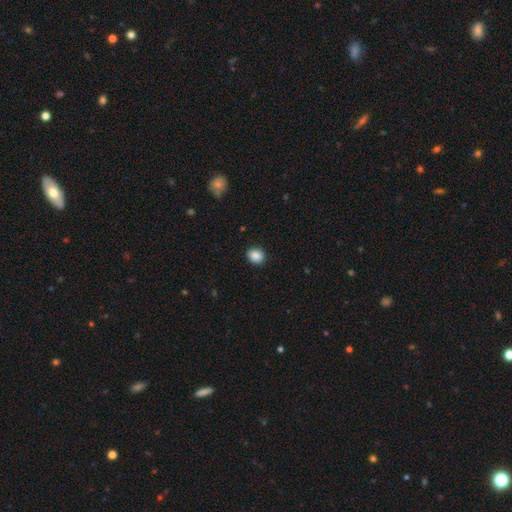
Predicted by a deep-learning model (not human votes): Overall: smooth (88%). How rounded: round (57%; in between 42%). Merging: none (88%).